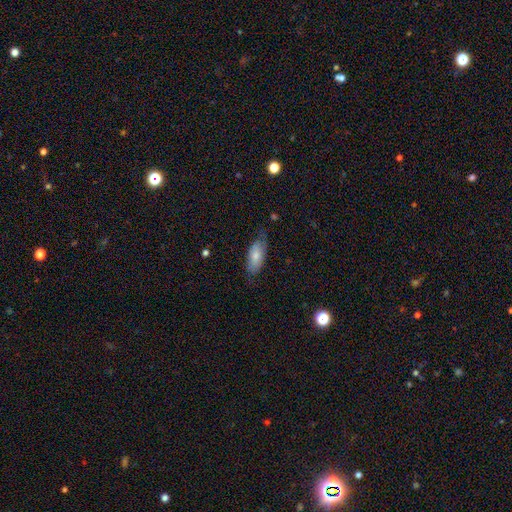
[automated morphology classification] Q: Smooth or featured?
A: smooth (71%); runner-up: featured or disk (23%)
Q: How rounded?
A: in between (83%); runner-up: cigar-shaped (15%)
Q: Merging?
A: none (63%); runner-up: minor disturbance (28%)